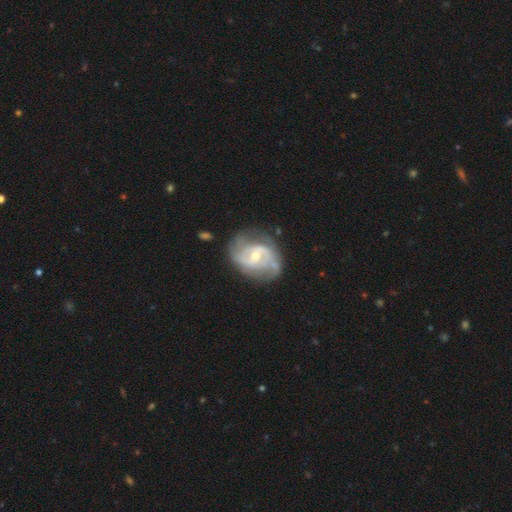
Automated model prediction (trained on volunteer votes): Morphology: type=featured or disk (86%); edge-on=no (97%); bar=no (45%); spiral arms=yes (94%); winding=medium (48%); arm count=2 (69%); bulge=small (51%); merging=none (65%).